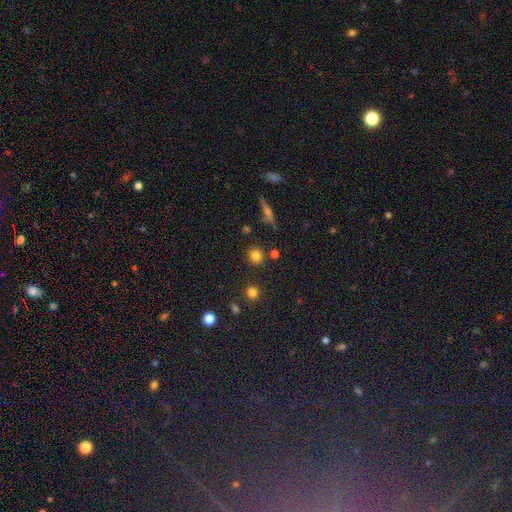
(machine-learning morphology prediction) smooth-or-featured: smooth: 79% | star or artifact: 14% | featured or disk: 7%
  how-rounded: round: 89% | in between: 10% | cigar-shaped: 1%
  merging: none: 84% | minor disturbance: 8% | merger: 6% | major disturbance: 3%